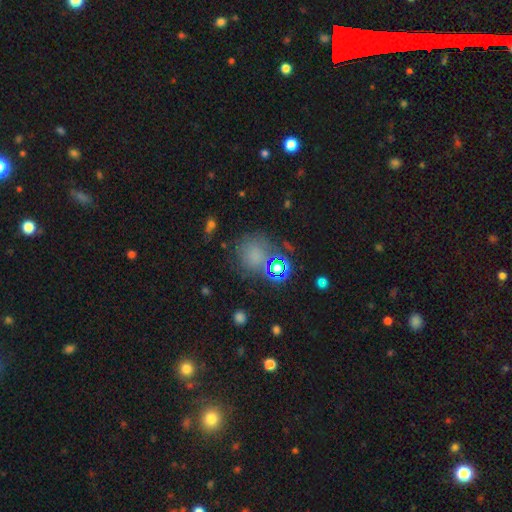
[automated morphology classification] Overall: smooth (64%; star or artifact 25%). How rounded: round (81%). Merging: none (65%).